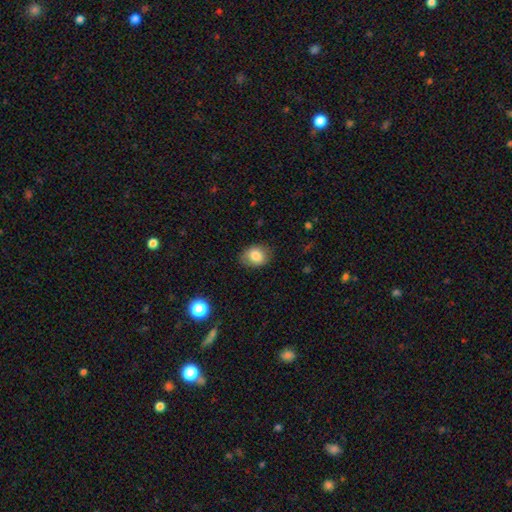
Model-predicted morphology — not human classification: smooth 83%, star or artifact 9%, featured or disk 8%. Down the decision tree: how rounded — in between (53%); merging — none (81%).